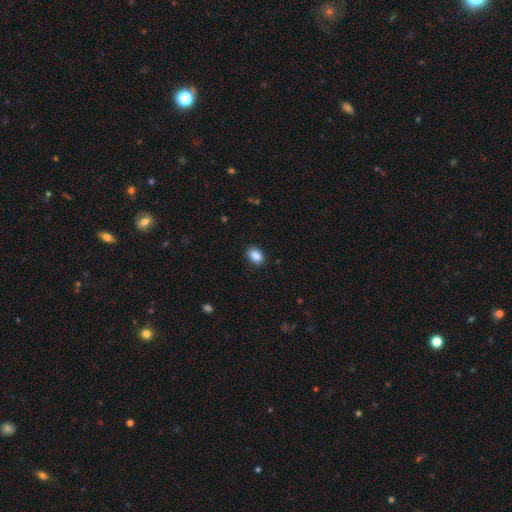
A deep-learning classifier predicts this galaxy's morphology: Smooth or featured? smooth (88%)
How rounded? in between (69%)
Merging? none (88%)